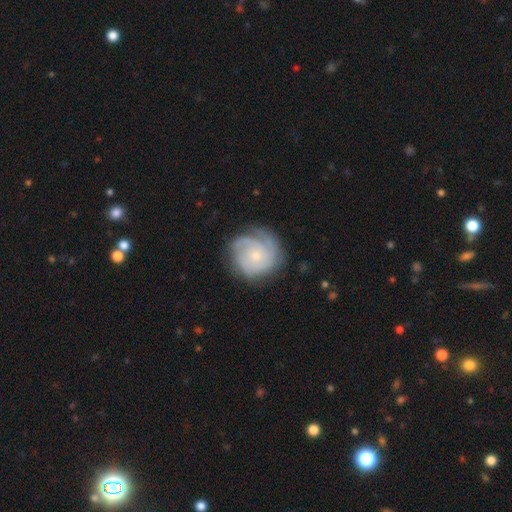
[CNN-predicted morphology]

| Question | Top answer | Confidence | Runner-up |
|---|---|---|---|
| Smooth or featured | featured or disk | 75% | smooth (19%) |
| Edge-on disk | no | 98% | yes (2%) |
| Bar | no | 79% | weak (19%) |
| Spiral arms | yes | 94% | no (6%) |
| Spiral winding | tight | 65% | medium (27%) |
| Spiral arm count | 3 | 30% | can't tell (29%) |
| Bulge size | small | 68% | moderate (27%) |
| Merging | none | 72% | minor disturbance (18%) |